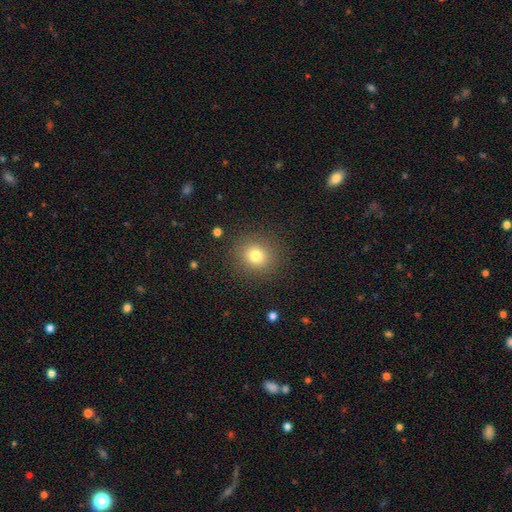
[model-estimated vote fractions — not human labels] Morphology: type=smooth (78%); roundness=round (90%); merging=none (89%).